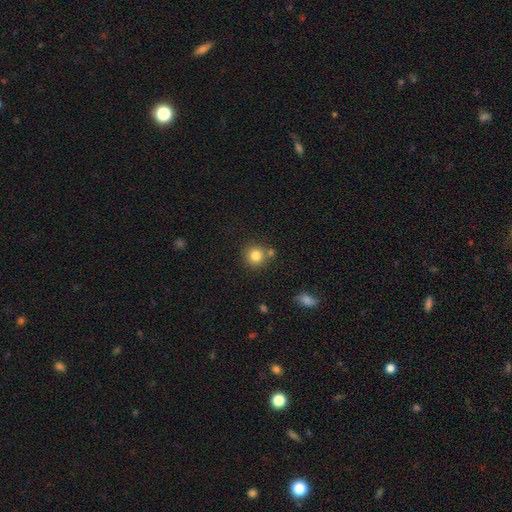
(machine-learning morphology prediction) smooth-or-featured: smooth: 82% | star or artifact: 11% | featured or disk: 7%
  how-rounded: round: 92% | in between: 7% | cigar-shaped: 1%
  merging: none: 73% | merger: 15% | minor disturbance: 9% | major disturbance: 3%